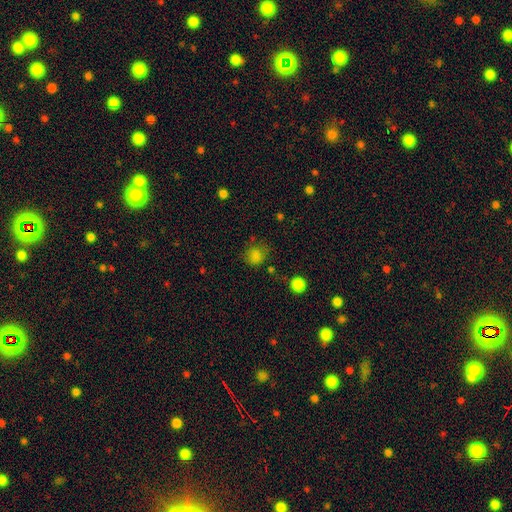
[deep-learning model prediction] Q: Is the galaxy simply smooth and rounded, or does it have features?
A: smooth — 79%.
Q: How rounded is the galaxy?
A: round — 79%.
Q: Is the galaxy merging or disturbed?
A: none — 68%.